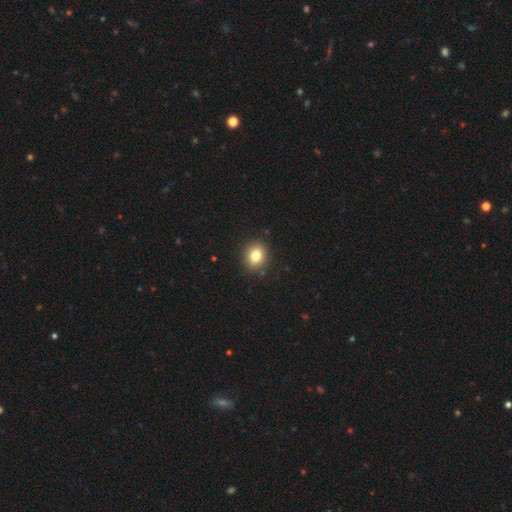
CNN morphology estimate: This is clearly a smooth galaxy (80%). How rounded: likely round (63%). Merging: clearly none (89%).